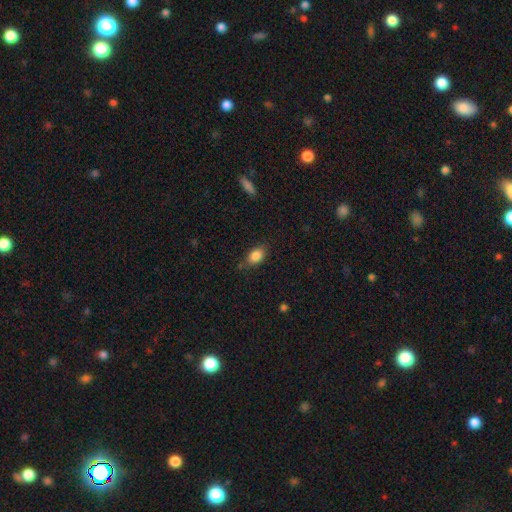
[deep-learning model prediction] Smooth or featured? Predicted: smooth (p=0.86). How rounded? Predicted: in between (p=0.84). Merging? Predicted: none (p=0.76).